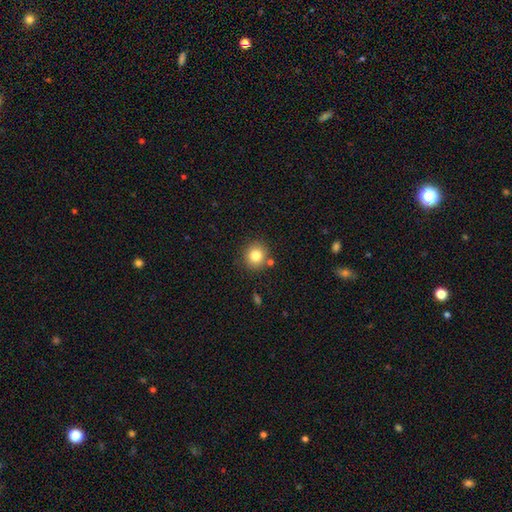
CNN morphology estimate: Q: Smooth or featured?
A: smooth (81%); runner-up: star or artifact (11%)
Q: How rounded?
A: round (87%); runner-up: in between (12%)
Q: Merging?
A: none (83%); runner-up: minor disturbance (9%)